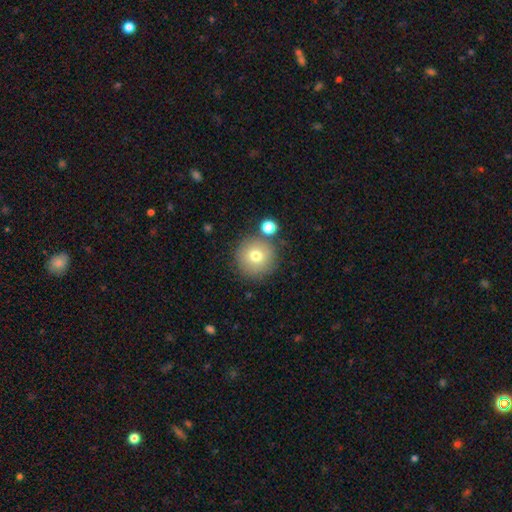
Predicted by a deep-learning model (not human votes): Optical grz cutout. It shows a smooth galaxy with no disk features (75%) that is round (95%). Merging: none (79%).